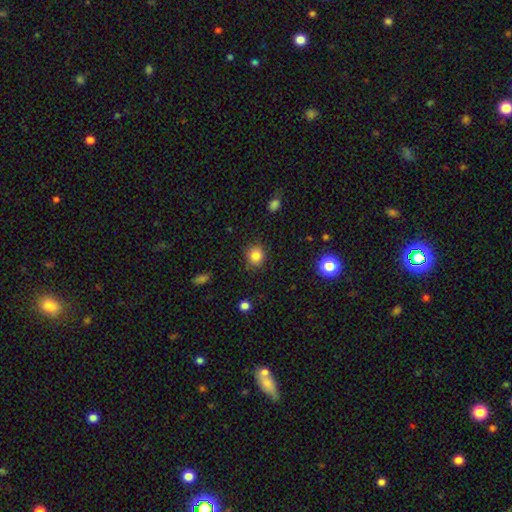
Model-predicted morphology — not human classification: Overall: smooth (83%). How rounded: round (84%). Merging: none (86%).